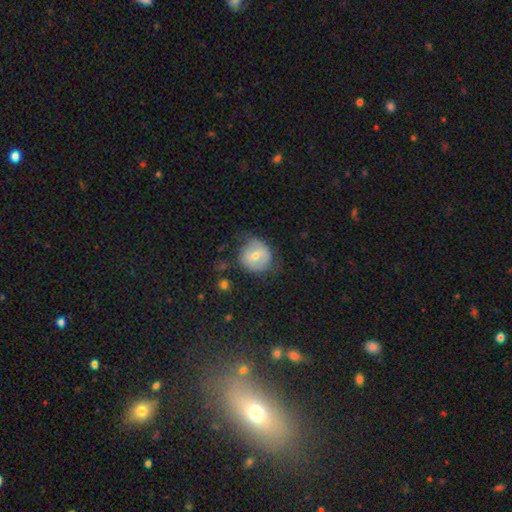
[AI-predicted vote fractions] A smooth galaxy with no disk features (56%) that is round (82%).

Vote fractions:
- Smooth or featured? smooth: 56% / featured or disk: 36% / star or artifact: 7%
- How rounded? round: 82% / in between: 17% / cigar-shaped: 1%
- Merging? none: 59% / minor disturbance: 27% / major disturbance: 12% / merger: 2%